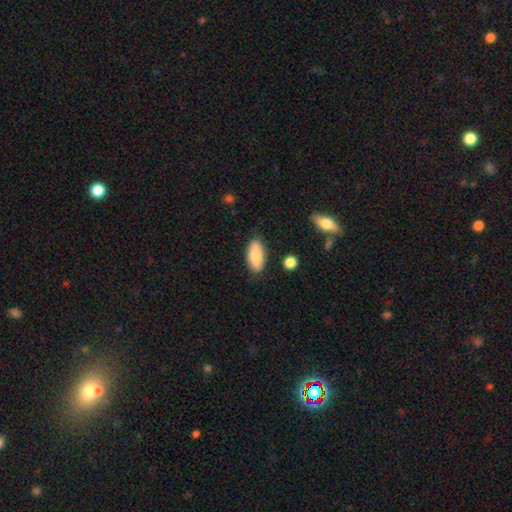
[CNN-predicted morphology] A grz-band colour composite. It shows a smooth galaxy with no disk features (81%) that is in between round and cigar-shaped (87%). Merging: none (83%).